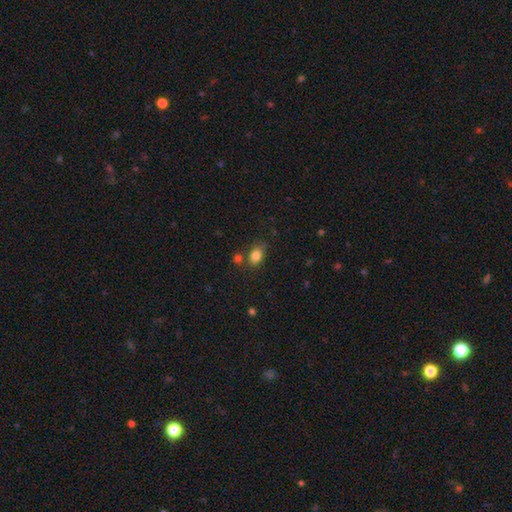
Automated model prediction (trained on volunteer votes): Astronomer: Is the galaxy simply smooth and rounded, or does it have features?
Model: smooth — 83%.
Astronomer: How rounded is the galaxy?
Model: in between — 78%.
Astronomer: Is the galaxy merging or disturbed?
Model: none — 65%.